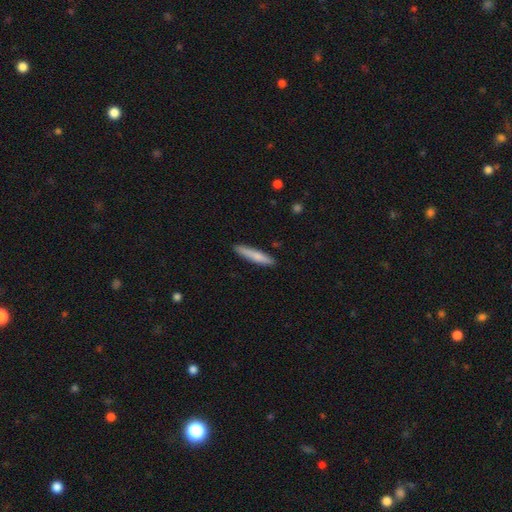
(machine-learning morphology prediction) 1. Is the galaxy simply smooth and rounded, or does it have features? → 75% smooth, 19% featured or disk, 6% star or artifact.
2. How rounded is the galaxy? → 90% cigar-shaped, 8% in between, 1% round.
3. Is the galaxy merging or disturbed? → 88% none, 9% minor disturbance, 2% major disturbance, 1% merger.